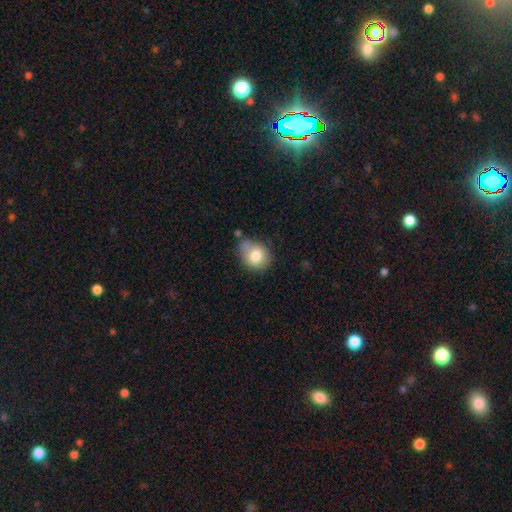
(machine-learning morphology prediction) This is clearly a smooth galaxy (80%). How rounded: likely round (66%). Merging: possibly none (52%).